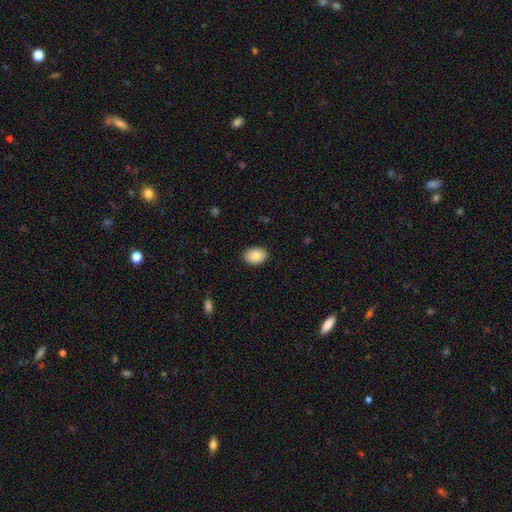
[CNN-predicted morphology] Smooth or featured?
  - smooth: 86% *
  - star or artifact: 7%
  - featured or disk: 7%
How rounded?
  - in between: 81% *
  - round: 18%
  - cigar-shaped: 1%
Merging?
  - none: 88% *
  - minor disturbance: 9%
  - major disturbance: 2%
  - merger: 1%